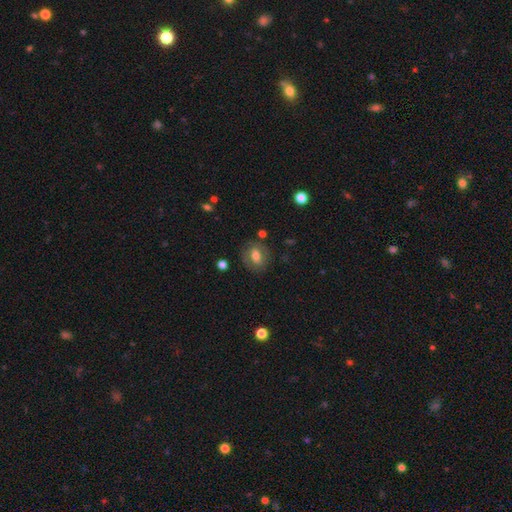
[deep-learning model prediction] This appears to be a smooth galaxy with no disk features (47%). Merging: none (76%).